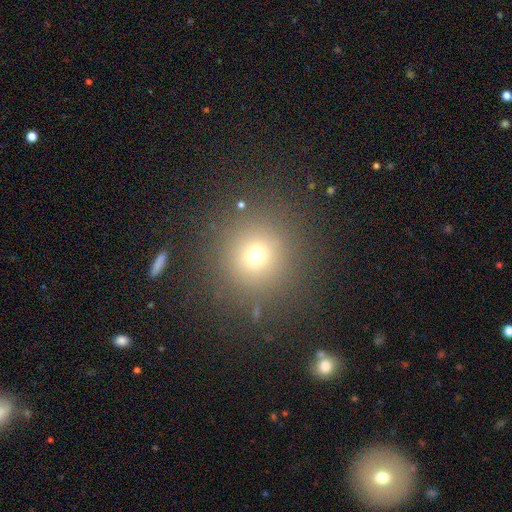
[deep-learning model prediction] This is likely a smooth galaxy (69%). How rounded: clearly round (93%). Merging: clearly none (88%).